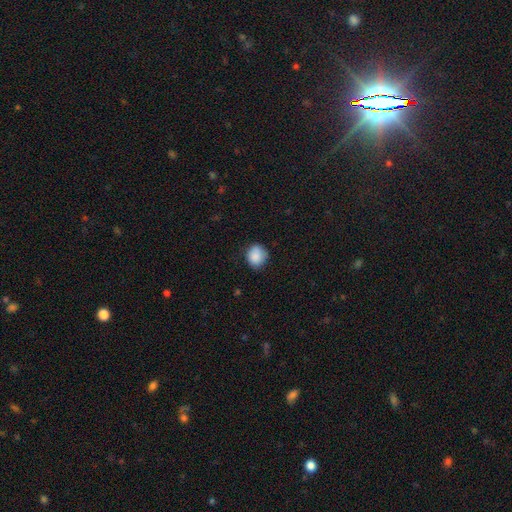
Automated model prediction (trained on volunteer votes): This is clearly a smooth galaxy (87%). How rounded: likely round (73%). Merging: likely none (73%).